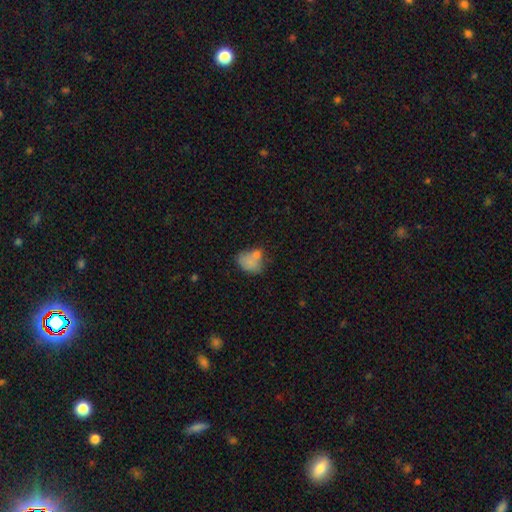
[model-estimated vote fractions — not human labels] Smooth or featured? smooth (72%)
How rounded? in between (65%)
Merging? none (45%)